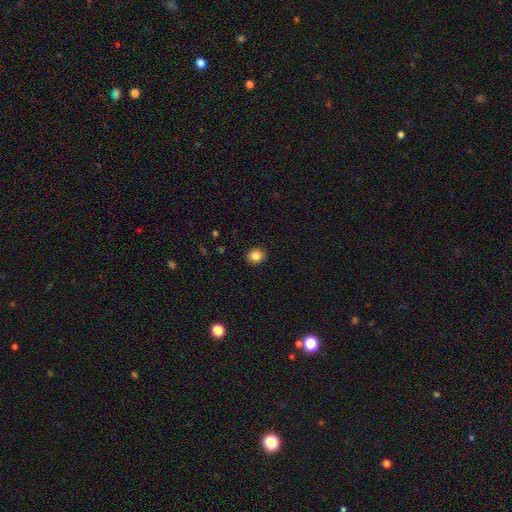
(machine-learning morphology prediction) The model was most divided on "how rounded": round: 76%, in between: 23%, cigar-shaped: 1%. More confident: merging — none (91%); smooth or featured — smooth (84%).